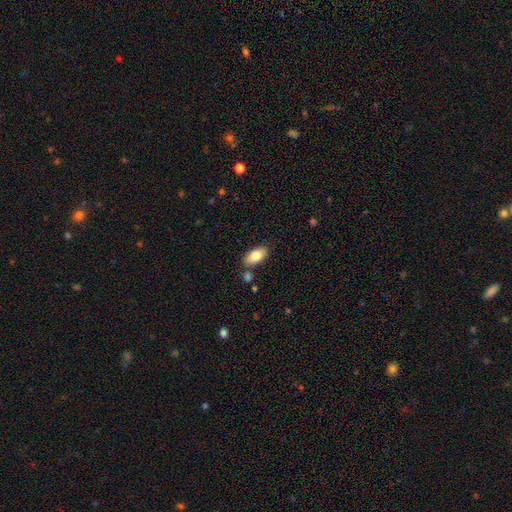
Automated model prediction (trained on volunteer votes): smooth 79%, featured or disk 14%, star or artifact 7%. Down the decision tree: how rounded — in between (92%); merging — none (80%).